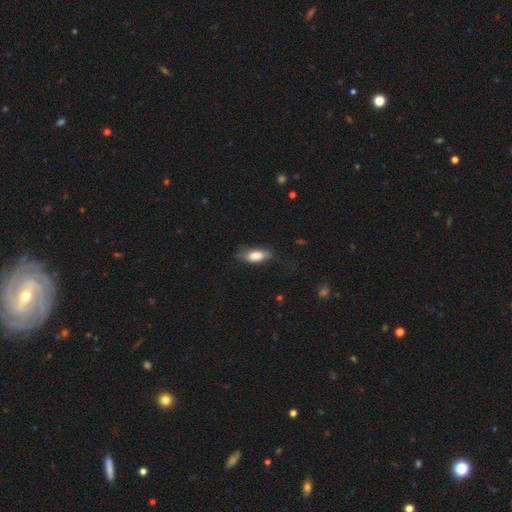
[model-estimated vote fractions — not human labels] Overall: smooth (80%). How rounded: in between (85%). Merging: none (57%; minor disturbance 29%).